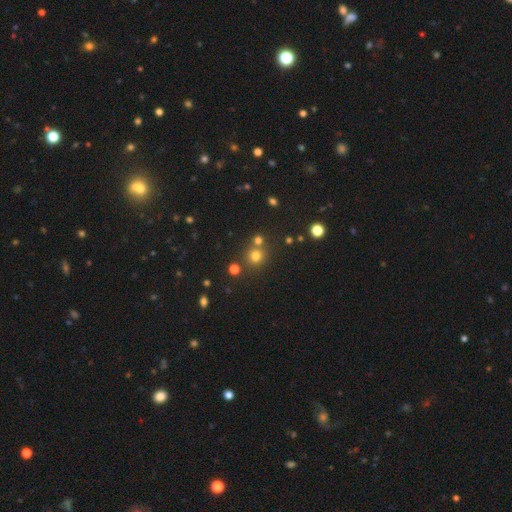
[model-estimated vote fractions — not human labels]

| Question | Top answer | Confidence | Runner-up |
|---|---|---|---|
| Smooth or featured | smooth | 74% | star or artifact (19%) |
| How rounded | round | 88% | in between (11%) |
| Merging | none | 69% | merger (20%) |